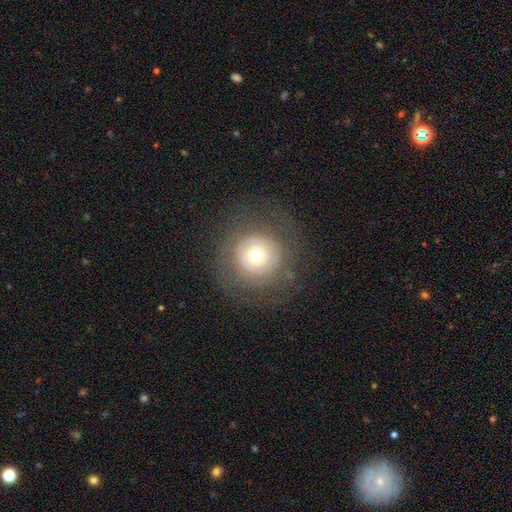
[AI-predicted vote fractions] Q: Smooth or featured?
A: smooth (47%); runner-up: featured or disk (42%)
Q: Merging?
A: none (75%); runner-up: minor disturbance (12%)